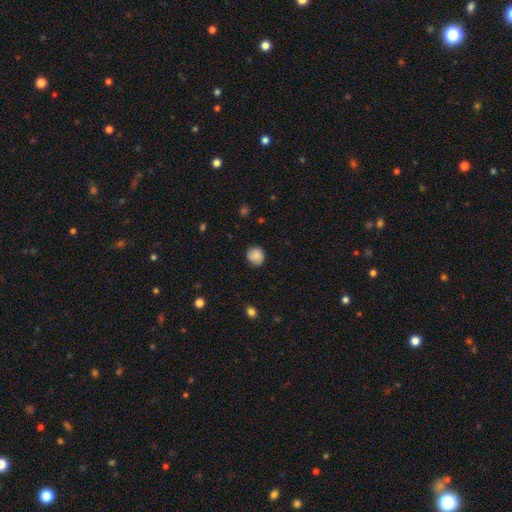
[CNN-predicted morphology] Q: Smooth or featured?
A: smooth (84%); runner-up: star or artifact (8%)
Q: How rounded?
A: round (87%); runner-up: in between (12%)
Q: Merging?
A: none (84%); runner-up: minor disturbance (12%)